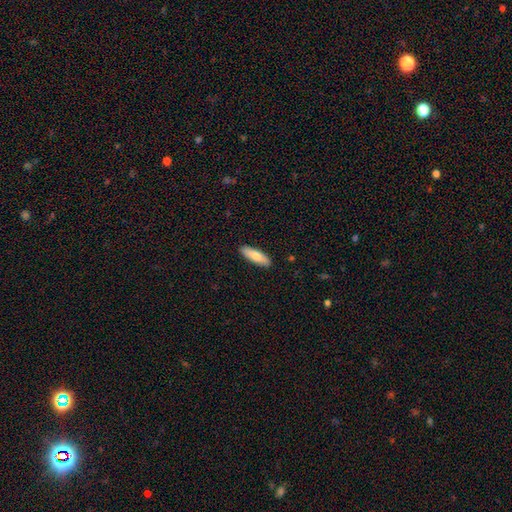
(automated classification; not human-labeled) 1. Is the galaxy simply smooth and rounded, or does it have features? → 74% smooth, 21% featured or disk, 5% star or artifact.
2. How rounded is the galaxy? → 54% cigar-shaped, 44% in between, 2% round.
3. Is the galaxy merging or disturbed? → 90% none, 7% minor disturbance, 2% major disturbance, 1% merger.